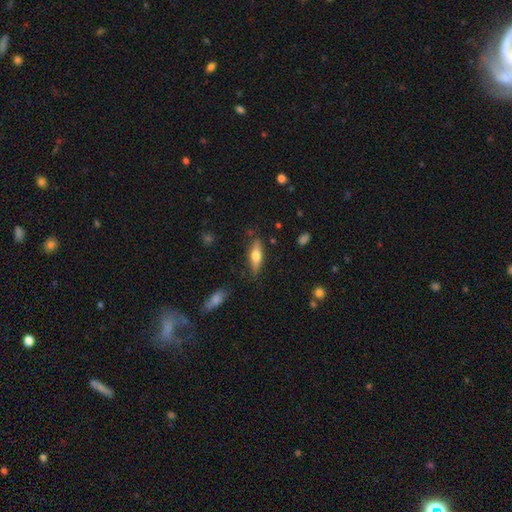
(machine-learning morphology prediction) Smooth or featured?
  - smooth: 52% *
  - featured or disk: 41%
  - star or artifact: 6%
How rounded?
  - cigar-shaped: 55% *
  - in between: 43%
  - round: 2%
Merging?
  - none: 81% *
  - minor disturbance: 13%
  - major disturbance: 3%
  - merger: 3%